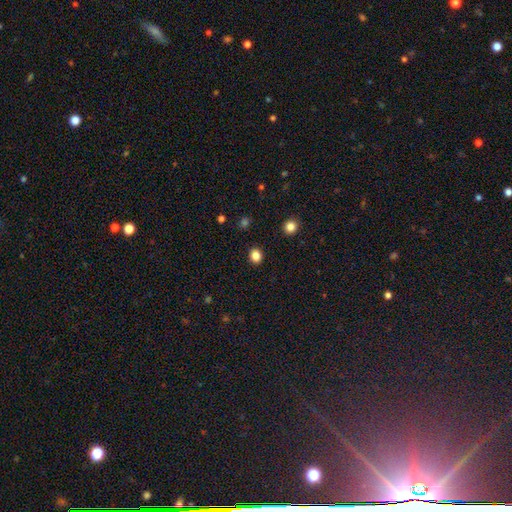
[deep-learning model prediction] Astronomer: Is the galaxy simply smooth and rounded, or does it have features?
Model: smooth — 85%.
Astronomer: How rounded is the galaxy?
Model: round — 66%.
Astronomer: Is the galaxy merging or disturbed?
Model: none — 91%.